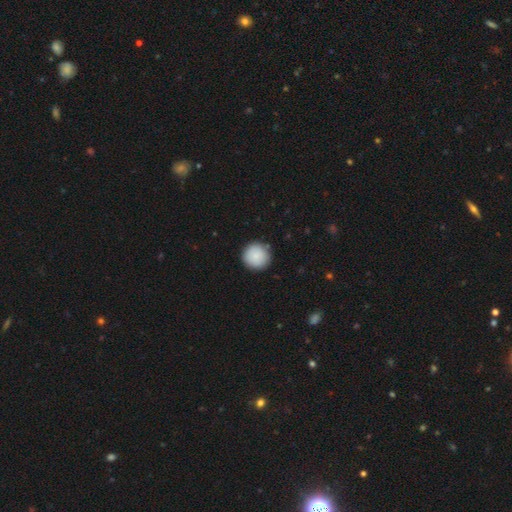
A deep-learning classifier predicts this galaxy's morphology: Smooth or featured? Predicted: smooth (p=0.88). How rounded? Predicted: round (p=0.95). Merging? Predicted: none (p=0.90).